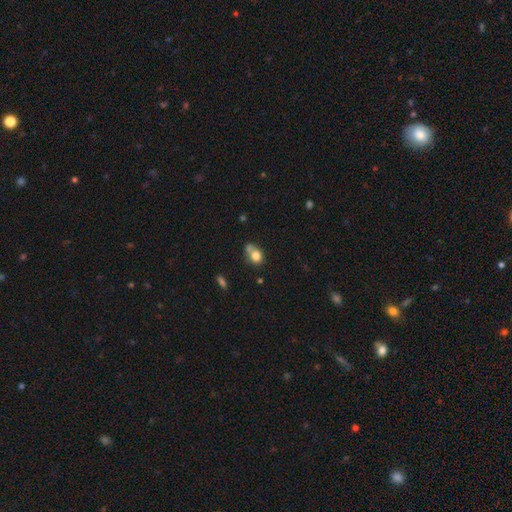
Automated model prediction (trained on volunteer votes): Overall: smooth (77%). How rounded: round (51%; in between 47%). Merging: none (39%; merger 32%).